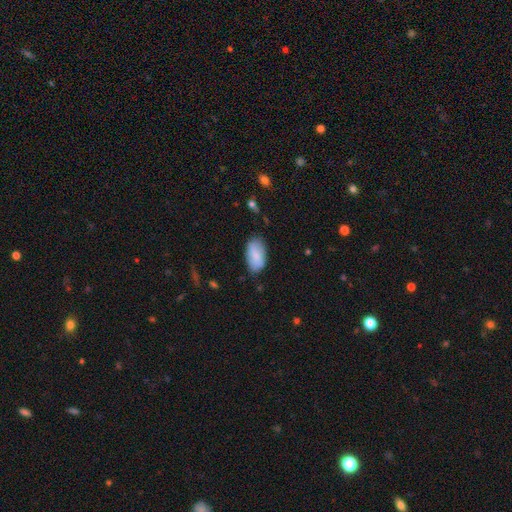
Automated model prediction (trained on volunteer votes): Smooth or featured?
  - smooth: 79% *
  - featured or disk: 14%
  - star or artifact: 6%
How rounded?
  - in between: 94% *
  - round: 3%
  - cigar-shaped: 3%
Merging?
  - none: 76% *
  - minor disturbance: 19%
  - major disturbance: 4%
  - merger: 2%